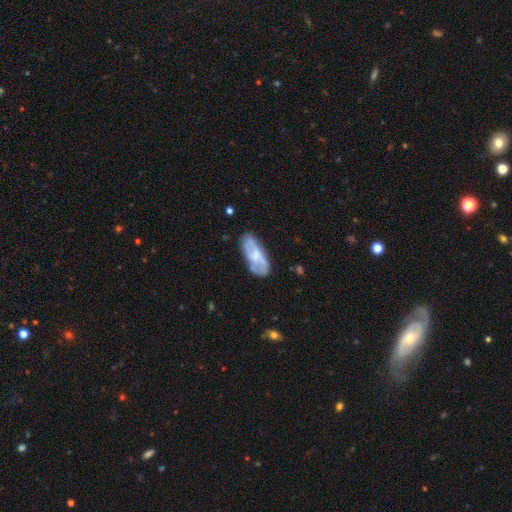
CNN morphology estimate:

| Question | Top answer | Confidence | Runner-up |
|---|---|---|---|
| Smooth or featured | featured or disk | 48% | smooth (45%) |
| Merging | none | 64% | minor disturbance (24%) |